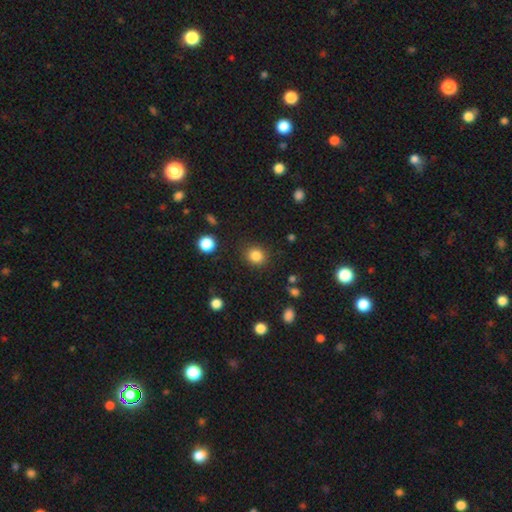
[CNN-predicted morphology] smooth_or_featured: smooth (p=0.84) [alt: star or artifact p=0.11]
how_rounded: round (p=0.81) [alt: in between p=0.19]
merging: none (p=0.88) [alt: minor disturbance p=0.08]